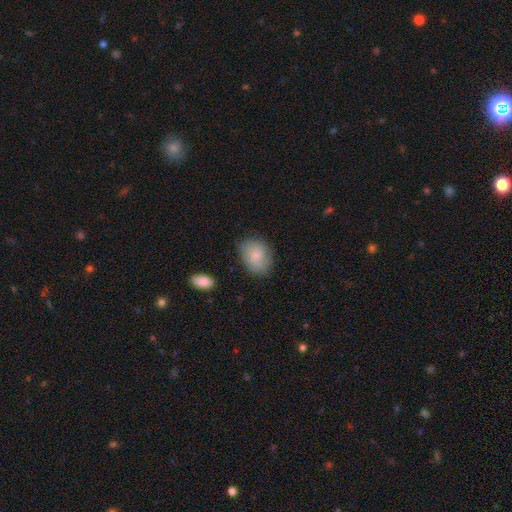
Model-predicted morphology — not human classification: smooth_or_featured: smooth (p=0.75) [alt: featured or disk p=0.18]
how_rounded: in between (p=0.61) [alt: round p=0.38]
merging: none (p=0.75) [alt: minor disturbance p=0.19]